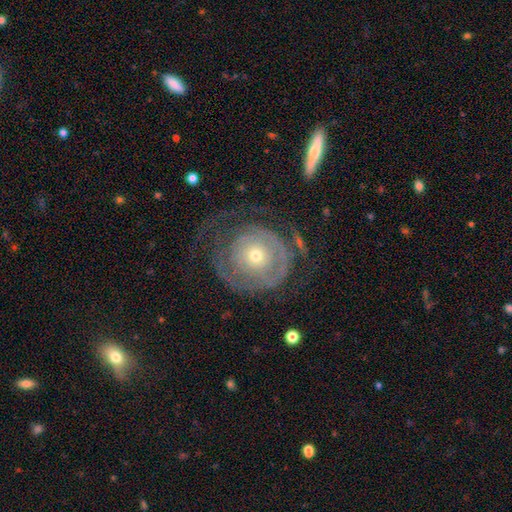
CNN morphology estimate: type=featured or disk (72%); edge-on=no (96%); bar=no (85%); spiral arms=yes (66%); bulge=small (58%); merging=none (54%).